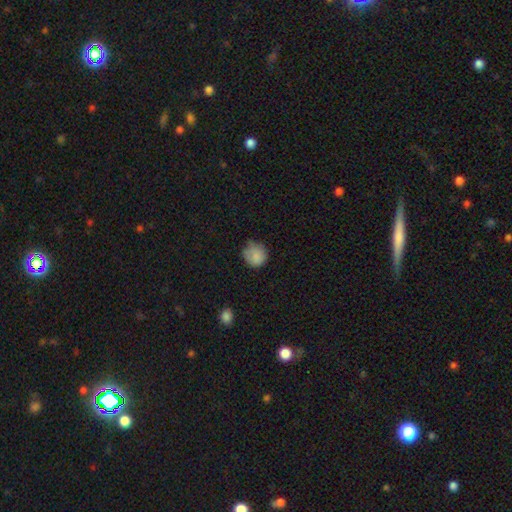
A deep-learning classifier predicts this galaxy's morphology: type=smooth (85%); roundness=round (88%); merging=none (69%).